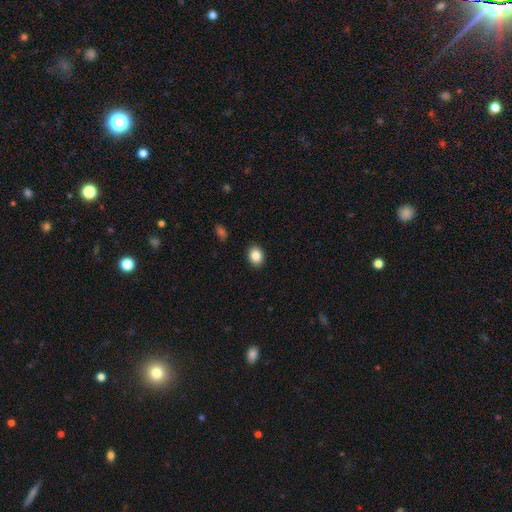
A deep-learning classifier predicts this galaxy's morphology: Q: Smooth or featured?
A: smooth (86%); runner-up: star or artifact (9%)
Q: How rounded?
A: round (50%); runner-up: in between (49%)
Q: Merging?
A: none (90%); runner-up: minor disturbance (7%)